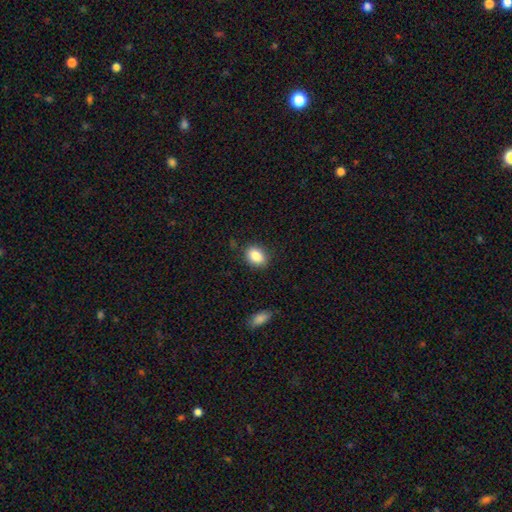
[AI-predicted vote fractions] A smooth galaxy with no disk features (86%) that is in between round and cigar-shaped (75%).

Vote fractions:
- Smooth or featured? smooth: 86% / star or artifact: 8% / featured or disk: 6%
- How rounded? in between: 75% / round: 24% / cigar-shaped: 1%
- Merging? none: 85% / minor disturbance: 11% / major disturbance: 3% / merger: 2%